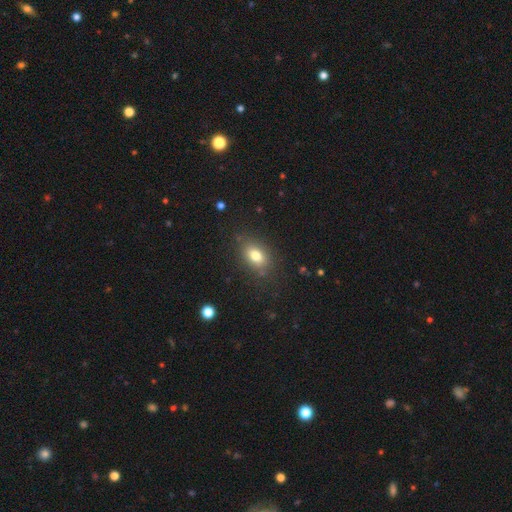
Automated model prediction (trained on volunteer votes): Smooth or featured?
  - smooth: 78% *
  - featured or disk: 12%
  - star or artifact: 11%
How rounded?
  - in between: 81% *
  - round: 16%
  - cigar-shaped: 2%
Merging?
  - none: 81% *
  - minor disturbance: 13%
  - major disturbance: 4%
  - merger: 2%